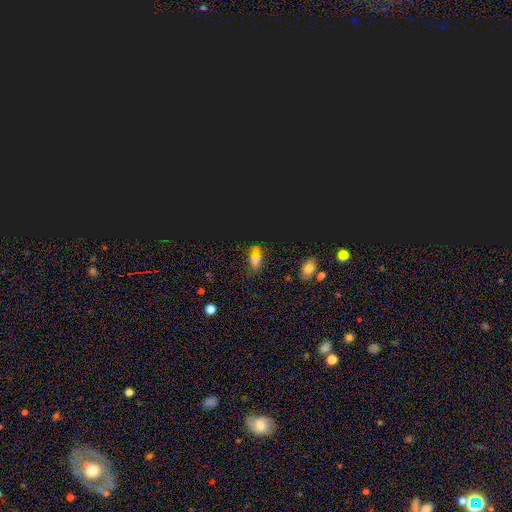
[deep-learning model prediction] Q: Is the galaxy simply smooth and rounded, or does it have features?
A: smooth — 48%.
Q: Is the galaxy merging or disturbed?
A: none — 70%.